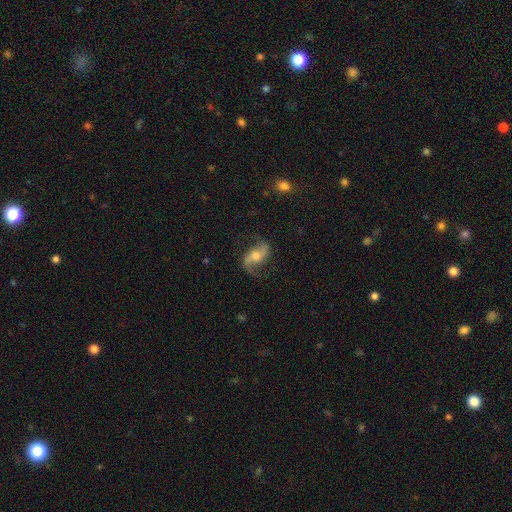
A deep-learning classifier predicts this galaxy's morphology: smooth_or_featured: featured or disk (p=0.82) [alt: smooth p=0.12]
disk_edge_on: no (p=0.96) [alt: yes p=0.04]
bar: no (p=0.41) [alt: weak p=0.38]
has_spiral_arms: yes (p=0.95) [alt: no p=0.05]
spiral_winding: loose (p=0.69) [alt: medium p=0.25]
spiral_arm_count: 2 (p=0.92) [alt: 1 p=0.03]
bulge_size: moderate (p=0.61) [alt: small p=0.24]
merging: none (p=0.74) [alt: minor disturbance p=0.16]